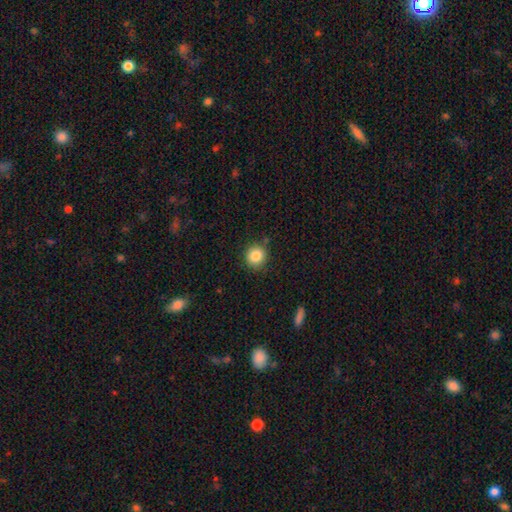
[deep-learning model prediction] The model was most divided on "how rounded": round: 87%, in between: 12%, cigar-shaped: 1%. More confident: smooth or featured — smooth (85%); merging — none (85%).